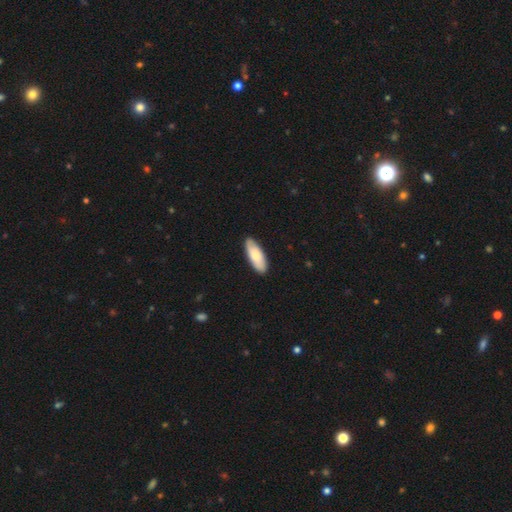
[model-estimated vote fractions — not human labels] Smooth or featured: smooth — 75% (featured or disk — 20%)
How rounded: in between — 73% (cigar-shaped — 25%)
Merging: none — 87% (minor disturbance — 11%)